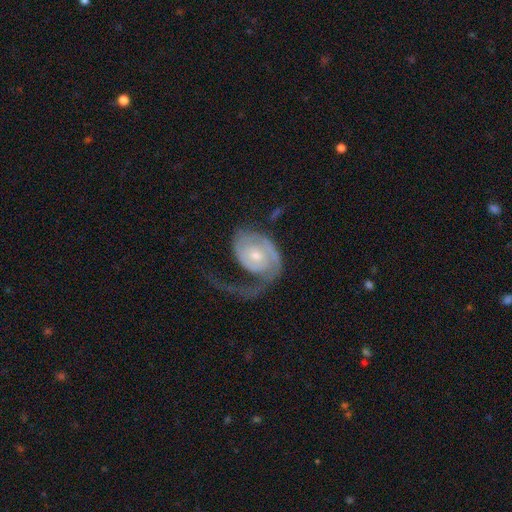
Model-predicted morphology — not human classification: The model was most divided on "spiral winding": tight: 38%, medium: 32%, loose: 30%. More confident: edge-on disk — no (97%); spiral arms — yes (93%); smooth or featured — featured or disk (83%); bar — no (67%); spiral arm count — 1 (65%); bulge size — small (55%); merging — major disturbance (52%).